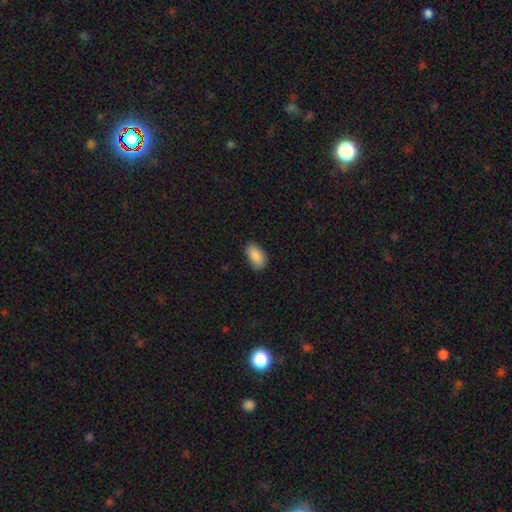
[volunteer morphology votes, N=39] This is clearly a smooth galaxy (95%). How rounded: clearly in between (92%). Merging: likely none (62%).